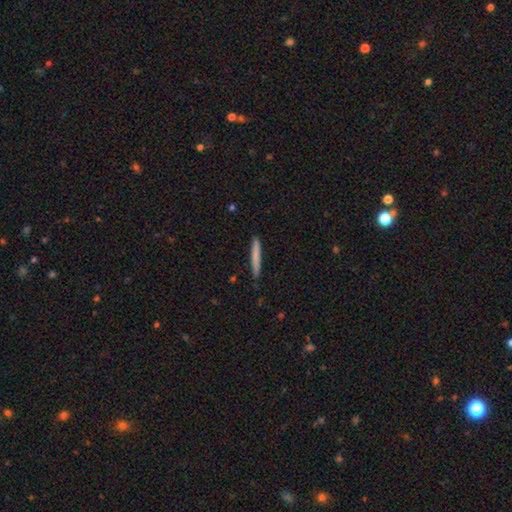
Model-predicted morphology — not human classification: A smooth galaxy with no disk features (75%) that is cigar-shaped (96%). Merging: none (89%).